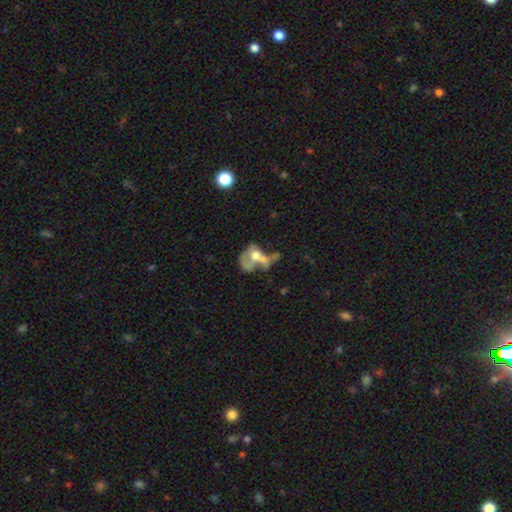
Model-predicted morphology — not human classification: A featured or disk galaxy (50%). Merging: merger (42%).